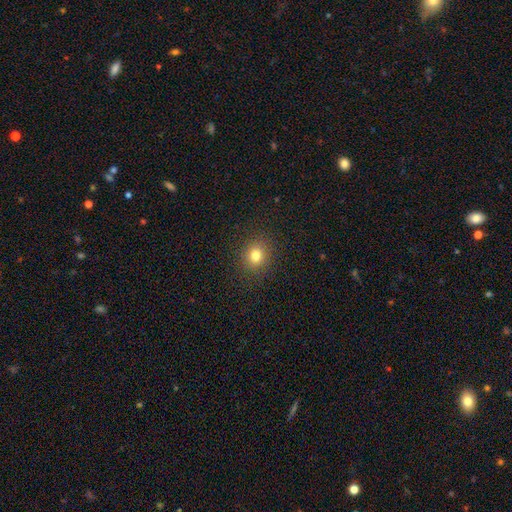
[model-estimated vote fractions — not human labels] smooth_or_featured: smooth (p=0.80) [alt: star or artifact p=0.13]
how_rounded: round (p=0.76) [alt: in between p=0.23]
merging: none (p=0.89) [alt: minor disturbance p=0.07]